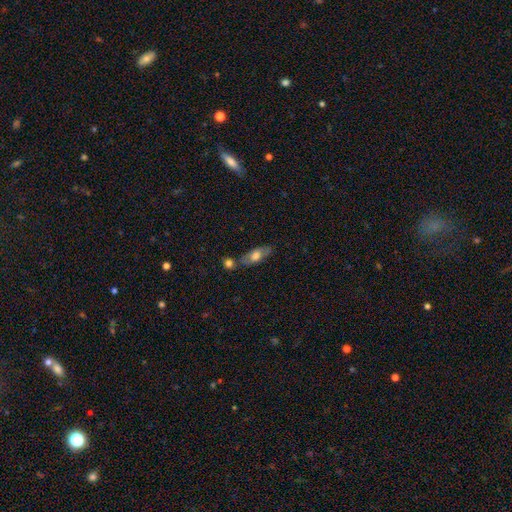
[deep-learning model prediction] A smooth galaxy with no disk features (60%) that is in between round and cigar-shaped (75%). Merging: none (63%).